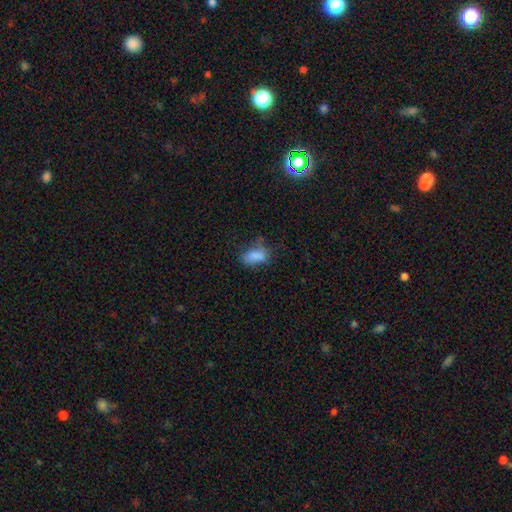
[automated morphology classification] Smooth or featured? smooth (80%)
How rounded? in between (89%)
Merging? none (48%)